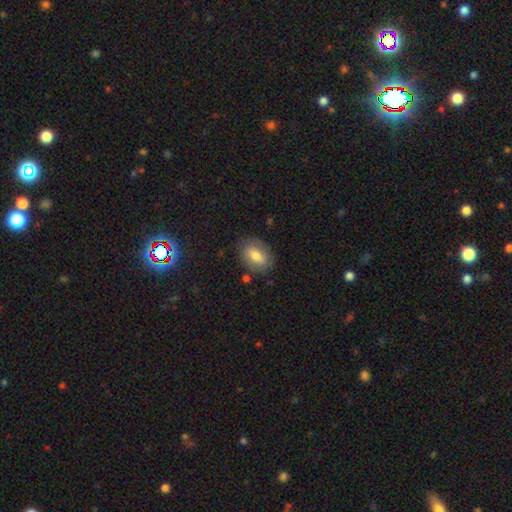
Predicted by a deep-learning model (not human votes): A smooth galaxy with no disk features (71%) that is in between round and cigar-shaped (79%).

Vote fractions:
- Smooth or featured? smooth: 71% / featured or disk: 21% / star or artifact: 8%
- How rounded? in between: 79% / round: 18% / cigar-shaped: 3%
- Merging? none: 80% / minor disturbance: 14% / major disturbance: 4% / merger: 2%